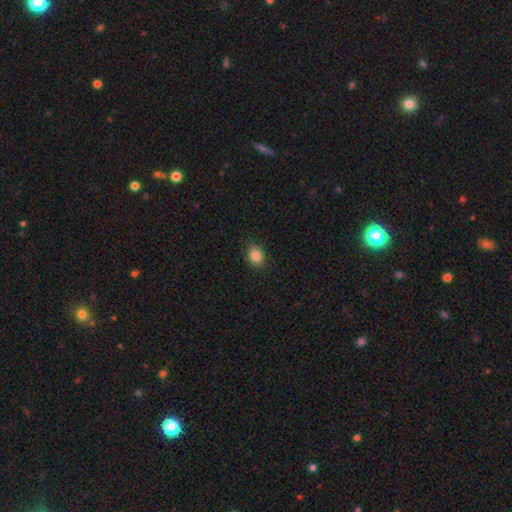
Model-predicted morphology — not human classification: Overall: smooth (85%). How rounded: in between (52%; round 47%). Merging: none (89%).